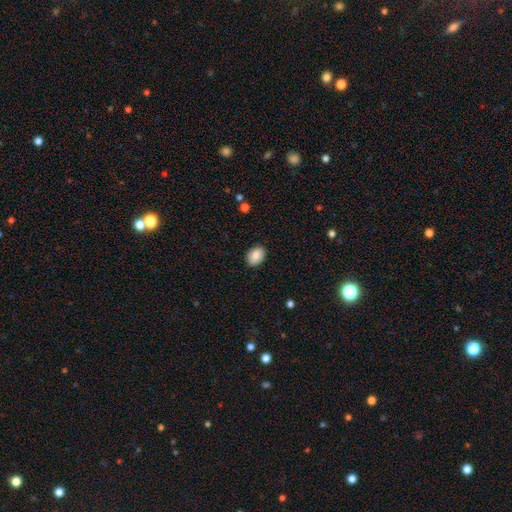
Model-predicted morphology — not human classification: This is clearly a smooth galaxy (86%). How rounded: likely in between (77%). Merging: clearly none (88%).